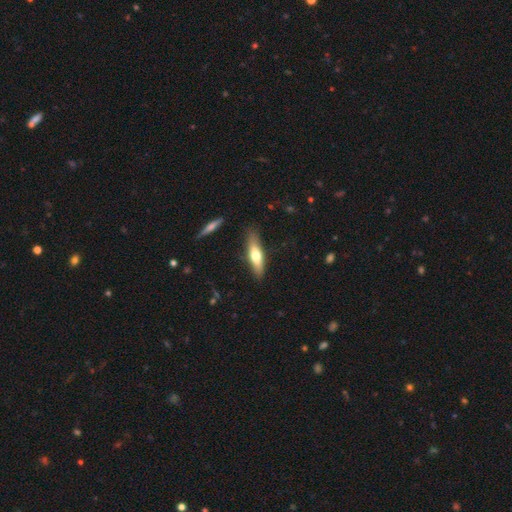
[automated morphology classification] type=smooth (58%); roundness=cigar-shaped (68%); merging=none (83%).